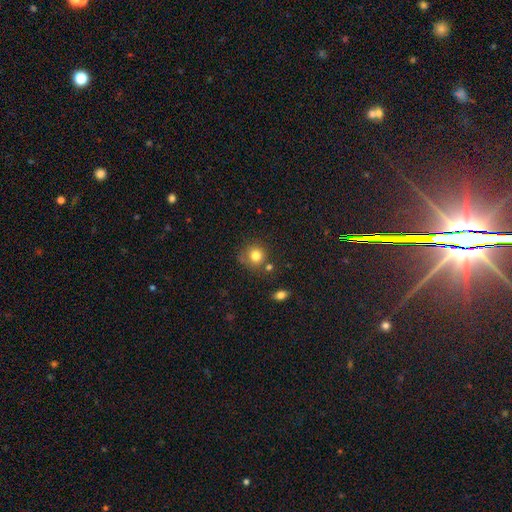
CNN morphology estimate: The model was most divided on "merging": none: 66%, minor disturbance: 17%, merger: 10%, major disturbance: 6%. More confident: how rounded — round (87%); smooth or featured — smooth (80%).